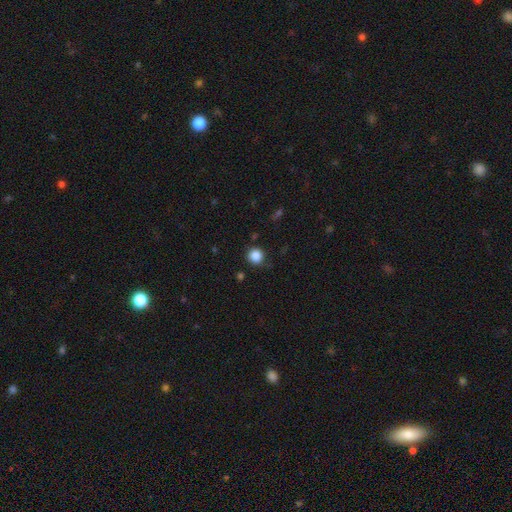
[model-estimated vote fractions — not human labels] Overall: smooth (85%). How rounded: round (92%). Merging: none (85%).